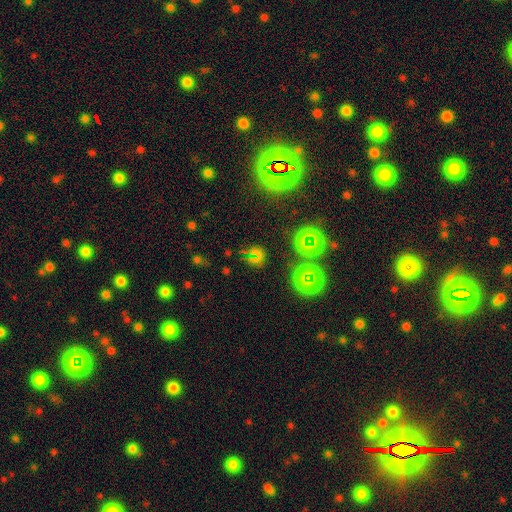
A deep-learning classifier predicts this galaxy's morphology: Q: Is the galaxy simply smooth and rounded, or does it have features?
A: star or artifact — 54%.